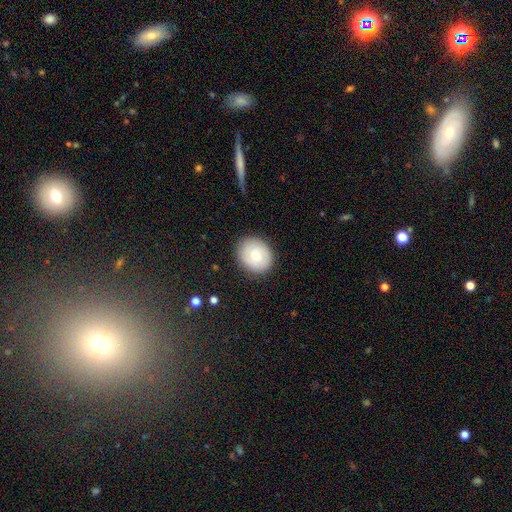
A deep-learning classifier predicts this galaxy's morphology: smooth 70%, featured or disk 23%, star or artifact 7%. Down the decision tree: how rounded — round (65%); merging — none (86%).